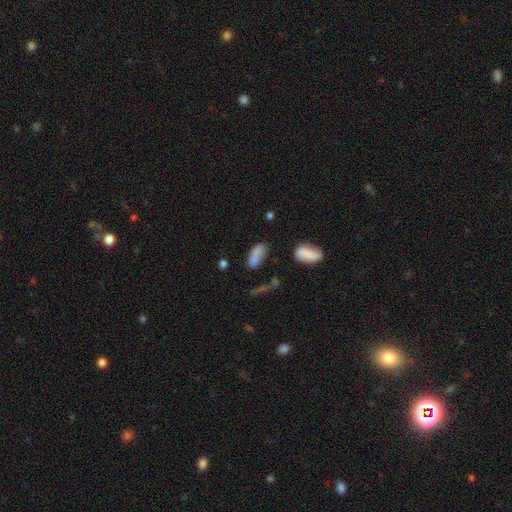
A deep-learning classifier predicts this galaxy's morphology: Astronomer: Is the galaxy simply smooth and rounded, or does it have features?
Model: smooth — 80%.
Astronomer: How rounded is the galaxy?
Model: in between — 75%.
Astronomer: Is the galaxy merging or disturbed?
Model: none — 54%.